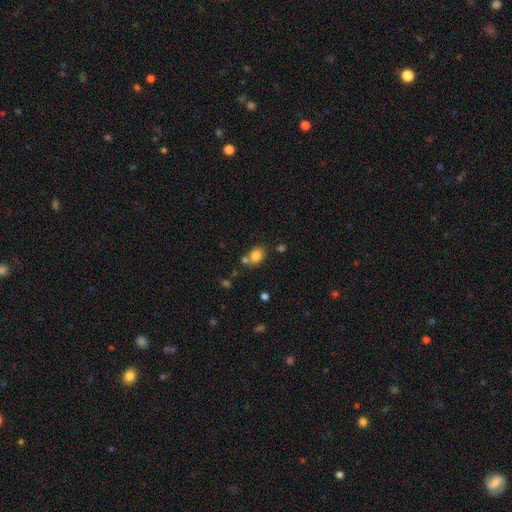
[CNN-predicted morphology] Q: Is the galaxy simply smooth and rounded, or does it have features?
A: smooth — 82%.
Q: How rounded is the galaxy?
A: in between — 58%.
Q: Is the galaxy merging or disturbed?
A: none — 61%.